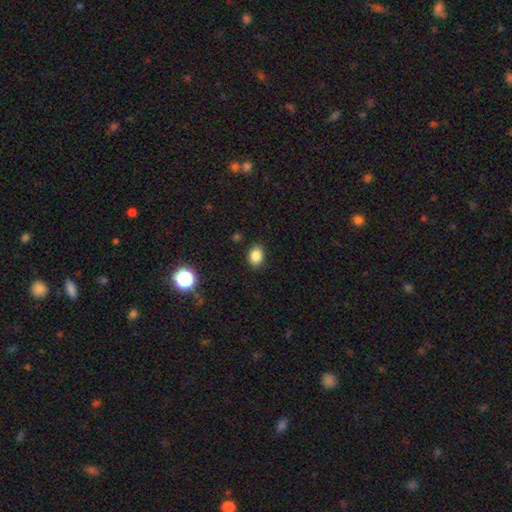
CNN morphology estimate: Smooth or featured?
  - smooth: 85% *
  - star or artifact: 11%
  - featured or disk: 4%
How rounded?
  - in between: 62% *
  - round: 37%
  - cigar-shaped: 1%
Merging?
  - none: 87% *
  - minor disturbance: 9%
  - major disturbance: 3%
  - merger: 1%